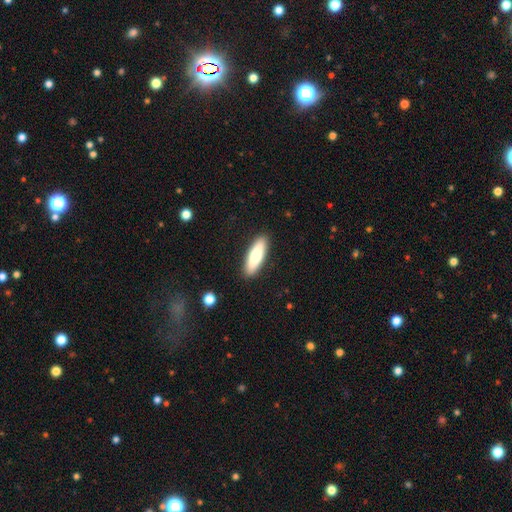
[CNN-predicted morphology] Smooth or featured? Predicted: smooth (p=0.73). How rounded? Predicted: in between (p=0.50). Merging? Predicted: none (p=0.90).